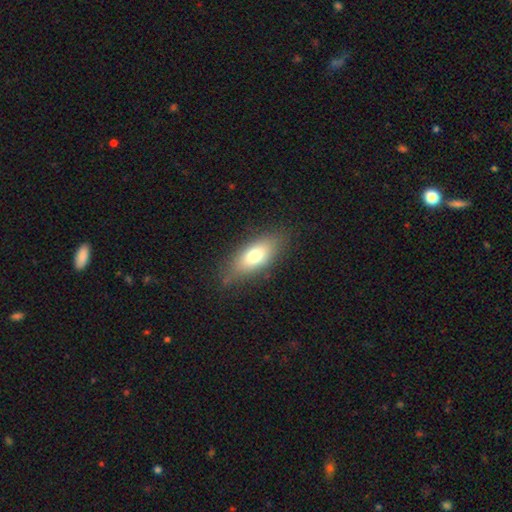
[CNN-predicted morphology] Overall: smooth (72%). How rounded: in between (81%). Merging: none (77%).